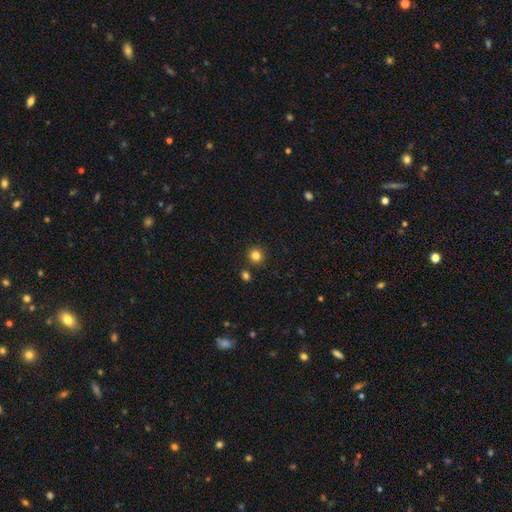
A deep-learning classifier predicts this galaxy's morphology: A smooth galaxy with no disk features (83%) that is round (90%).

Vote fractions:
- Smooth or featured? smooth: 83% / star or artifact: 12% / featured or disk: 4%
- How rounded? round: 90% / in between: 9% / cigar-shaped: 1%
- Merging? none: 86% / minor disturbance: 7% / merger: 5% / major disturbance: 2%